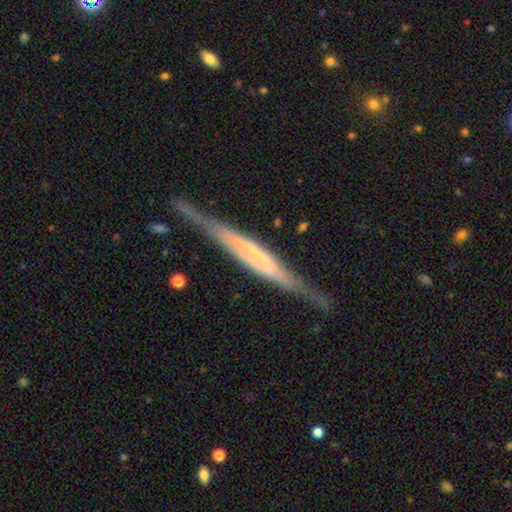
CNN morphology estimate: type=featured or disk (80%); edge-on=yes (95%); edge-on bulge=boxy (48%); merging=none (77%).